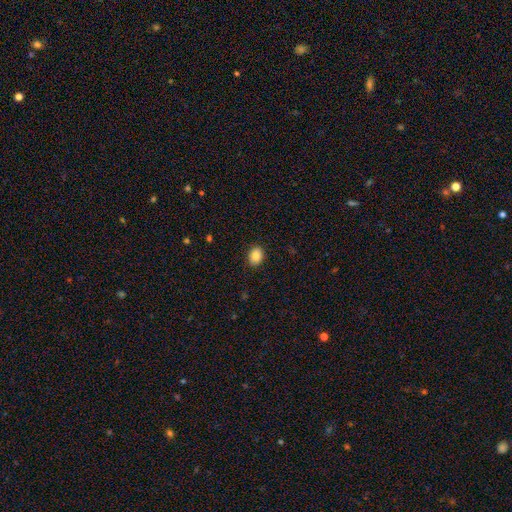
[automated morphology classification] This is clearly a smooth galaxy (85%). How rounded: possibly in between (58%). Merging: clearly none (90%).